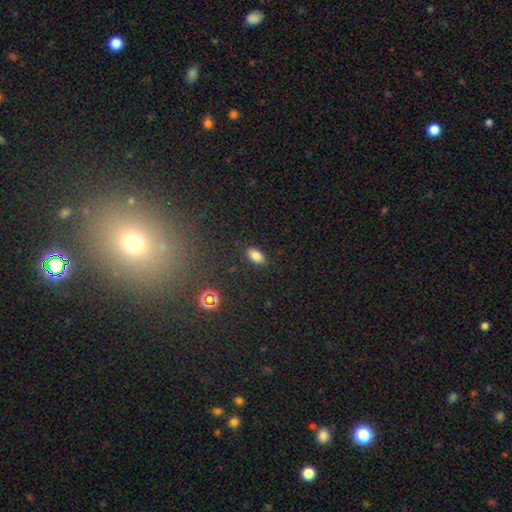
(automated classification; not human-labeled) smooth-or-featured: smooth: 83% | star or artifact: 11% | featured or disk: 6%
  how-rounded: in between: 92% | round: 4% | cigar-shaped: 4%
  merging: none: 87% | minor disturbance: 9% | major disturbance: 2% | merger: 1%